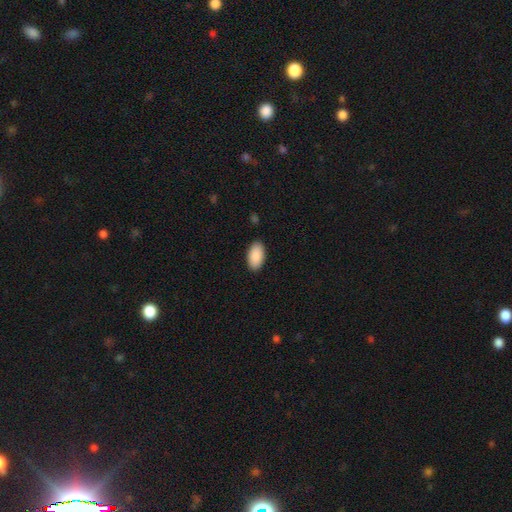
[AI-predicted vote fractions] Smooth or featured? smooth (91%)
How rounded? in between (96%)
Merging? none (89%)